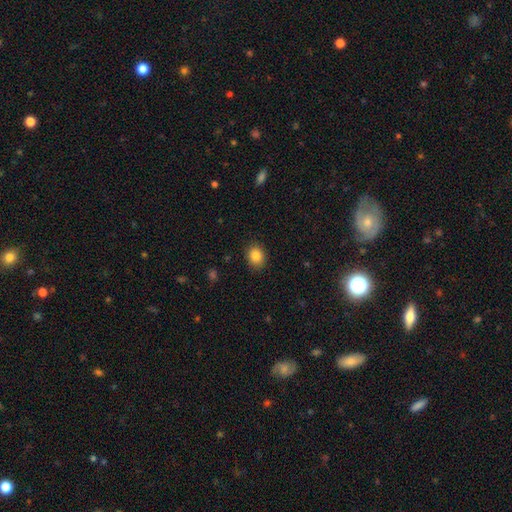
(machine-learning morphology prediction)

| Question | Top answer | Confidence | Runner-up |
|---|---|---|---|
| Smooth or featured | smooth | 85% | star or artifact (9%) |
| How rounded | round | 52% | in between (47%) |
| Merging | none | 88% | minor disturbance (9%) |